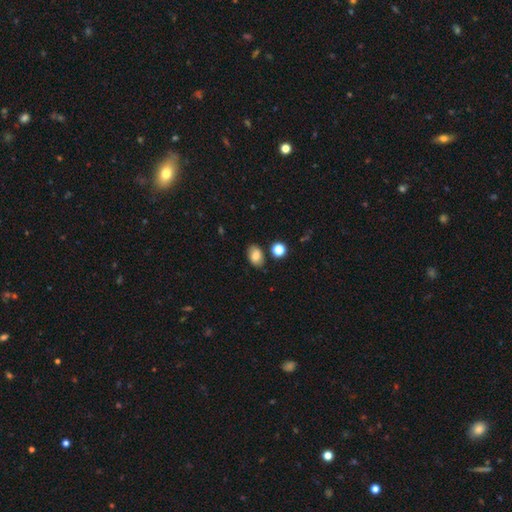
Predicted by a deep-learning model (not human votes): smooth_or_featured: smooth (p=0.82) [alt: star or artifact p=0.10]
how_rounded: in between (p=0.84) [alt: round p=0.15]
merging: none (p=0.80) [alt: minor disturbance p=0.13]